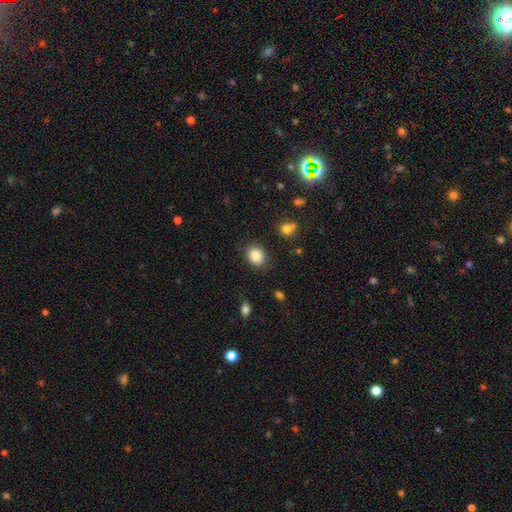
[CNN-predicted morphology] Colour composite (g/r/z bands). It shows a smooth galaxy with no disk features (85%) that is round (58%). Merging: none (86%).